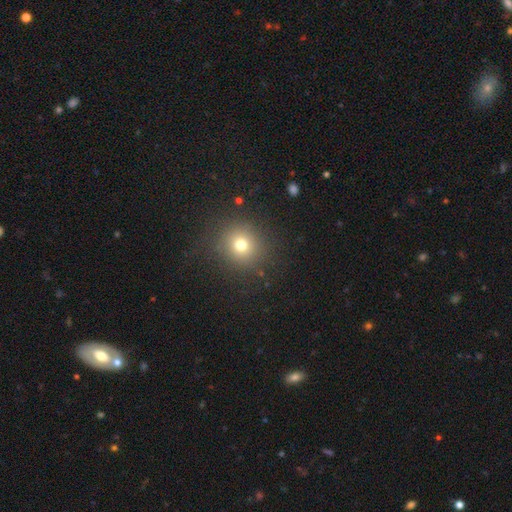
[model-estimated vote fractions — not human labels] Smooth or featured?
  - smooth: 63% *
  - star or artifact: 29%
  - featured or disk: 8%
How rounded?
  - round: 93% *
  - in between: 6%
  - cigar-shaped: 1%
Merging?
  - none: 90% *
  - minor disturbance: 6%
  - major disturbance: 2%
  - merger: 2%